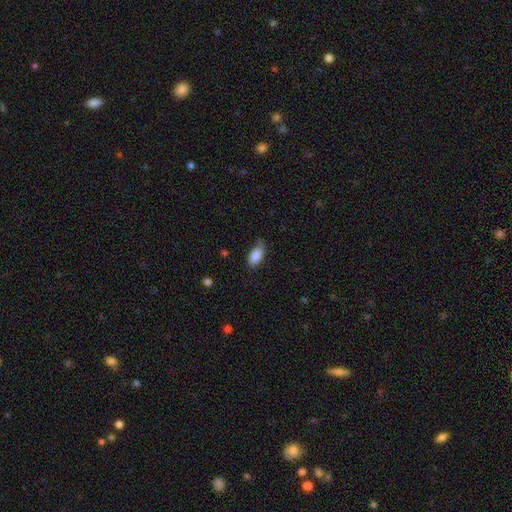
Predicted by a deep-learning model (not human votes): Morphology: type=smooth (86%); roundness=in between (91%); merging=none (68%).